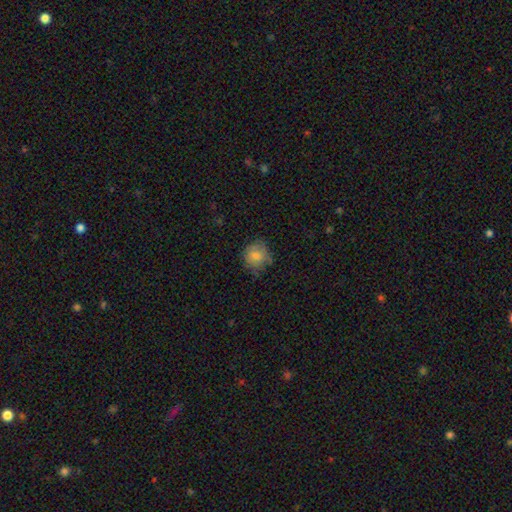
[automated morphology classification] This is likely a smooth galaxy (77%). How rounded: clearly round (84%). Merging: likely none (70%).